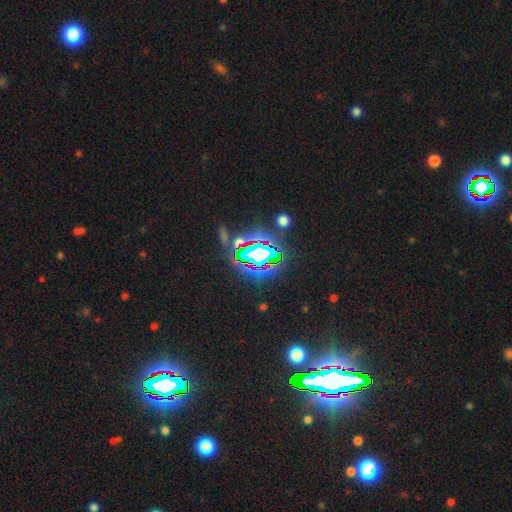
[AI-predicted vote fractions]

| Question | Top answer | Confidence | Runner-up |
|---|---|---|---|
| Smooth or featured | star or artifact | 82% | smooth (9%) |